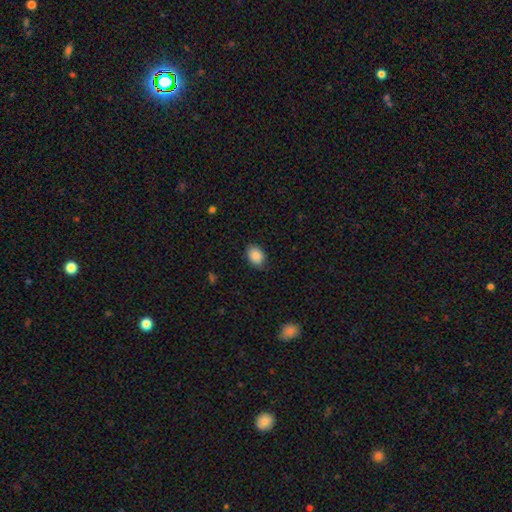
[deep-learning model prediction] Overall: smooth (88%). How rounded: in between (76%). Merging: none (83%).